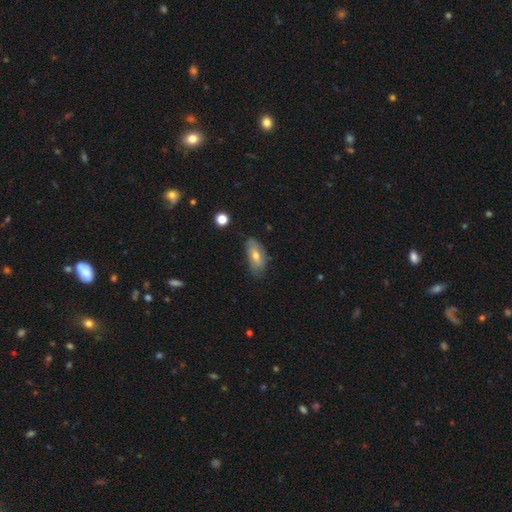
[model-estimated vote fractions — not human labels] Overall: smooth (63%; featured or disk 30%). How rounded: in between (86%). Merging: none (67%).